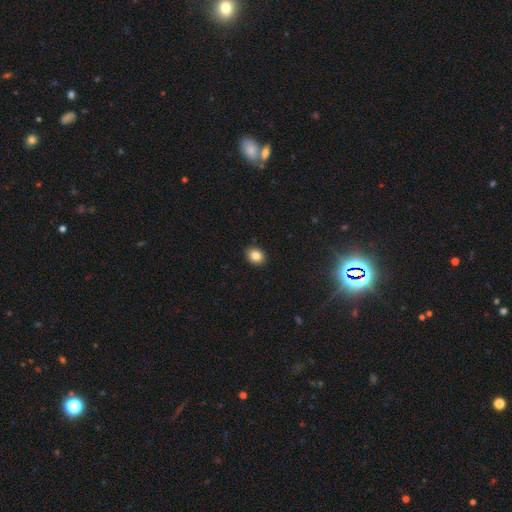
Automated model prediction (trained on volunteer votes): Smooth or featured?
  - smooth: 84% *
  - star or artifact: 10%
  - featured or disk: 6%
How rounded?
  - in between: 54% *
  - round: 45%
  - cigar-shaped: 1%
Merging?
  - none: 90% *
  - minor disturbance: 7%
  - major disturbance: 2%
  - merger: 1%